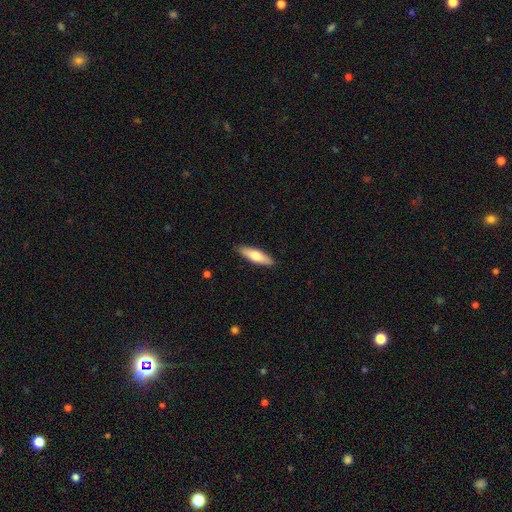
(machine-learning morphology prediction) Q: Smooth or featured?
A: smooth (70%); runner-up: featured or disk (25%)
Q: How rounded?
A: cigar-shaped (61%); runner-up: in between (38%)
Q: Merging?
A: none (89%); runner-up: minor disturbance (8%)